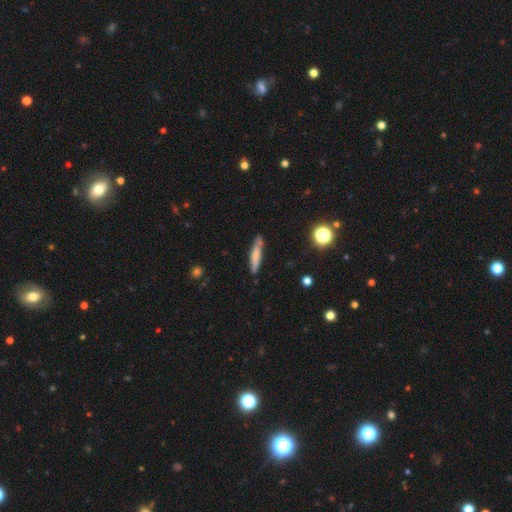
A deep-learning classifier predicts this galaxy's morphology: A smooth galaxy with no disk features (66%) that is cigar-shaped (87%).

Vote fractions:
- Smooth or featured? smooth: 66% / featured or disk: 25% / star or artifact: 8%
- How rounded? cigar-shaped: 87% / in between: 11% / round: 2%
- Merging? none: 77% / minor disturbance: 16% / merger: 4% / major disturbance: 3%